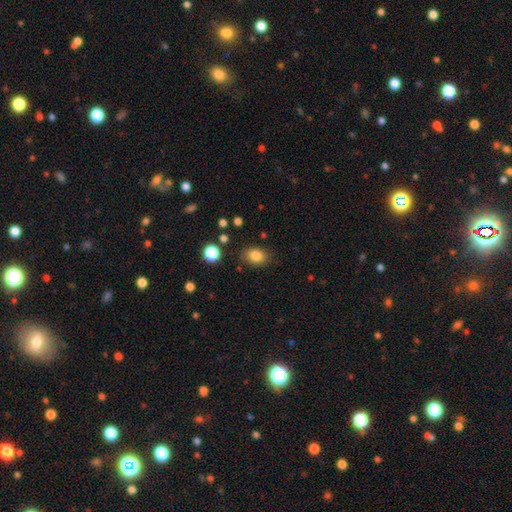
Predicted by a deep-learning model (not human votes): A smooth galaxy with no disk features (84%) that is in between round and cigar-shaped (72%).

Vote fractions:
- Smooth or featured? smooth: 84% / star or artifact: 10% / featured or disk: 6%
- How rounded? in between: 72% / round: 27% / cigar-shaped: 1%
- Merging? none: 80% / minor disturbance: 14% / major disturbance: 4% / merger: 2%